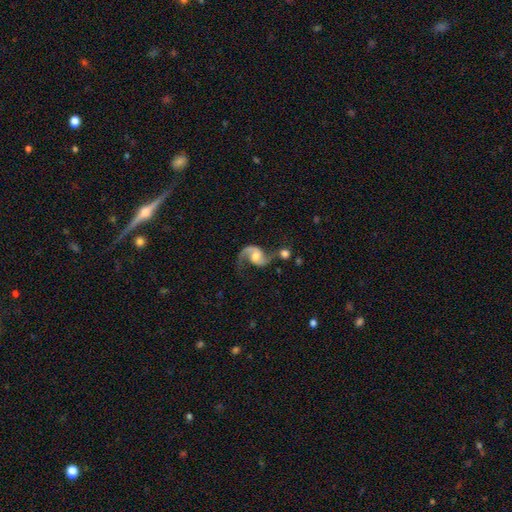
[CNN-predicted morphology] Smooth or featured? featured or disk (89%)
Edge-on disk? no (98%)
Bar? no (50%)
Spiral arms? yes (97%)
Spiral winding? loose (54%)
Spiral arm count? 2 (87%)
Bulge size? moderate (55%)
Merging? none (55%)